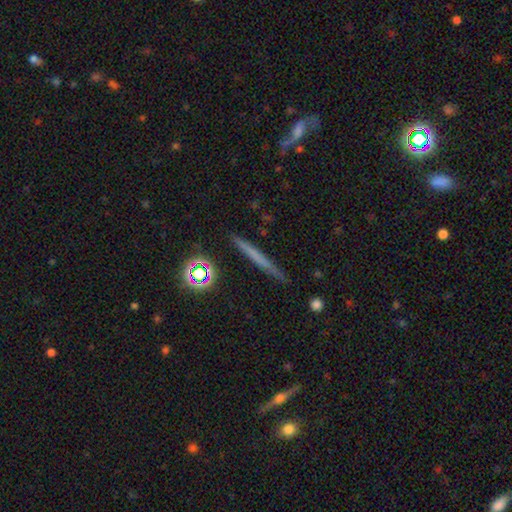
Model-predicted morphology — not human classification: smooth-or-featured: smooth: 49% | featured or disk: 38% | star or artifact: 12%
  merging: none: 89% | minor disturbance: 7% | major disturbance: 2% | merger: 2%